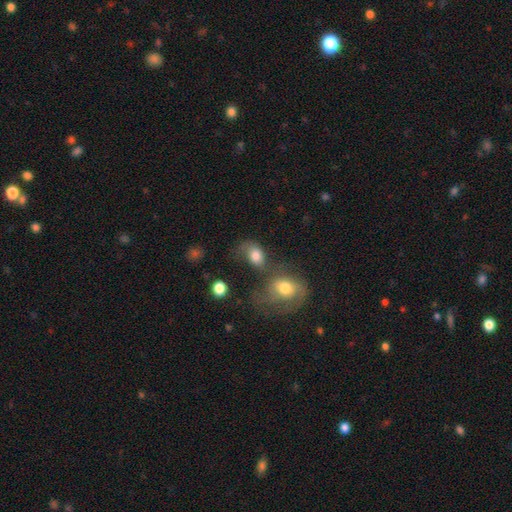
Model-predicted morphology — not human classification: This is likely a smooth galaxy (74%). How rounded: likely in between (70%). Merging: marginally merger (36%).